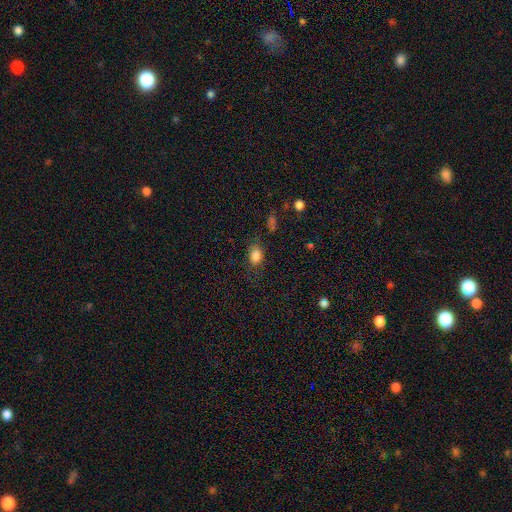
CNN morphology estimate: A smooth galaxy with no disk features (81%) that is in between round and cigar-shaped (77%).

Vote fractions:
- Smooth or featured? smooth: 81% / star or artifact: 12% / featured or disk: 7%
- How rounded? in between: 77% / round: 20% / cigar-shaped: 2%
- Merging? none: 67% / minor disturbance: 20% / major disturbance: 9% / merger: 3%